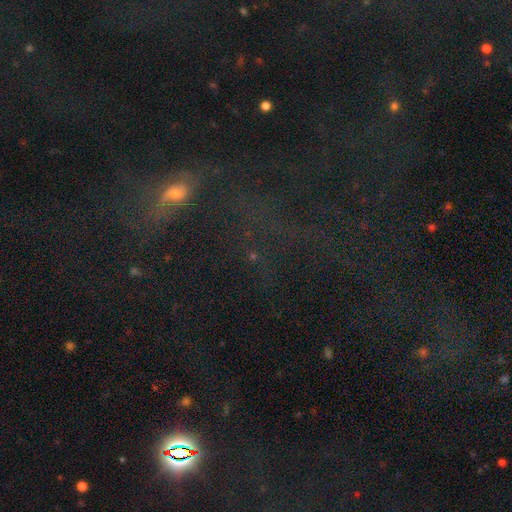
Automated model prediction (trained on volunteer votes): smooth_or_featured: star or artifact (p=0.62) [alt: smooth p=0.23]